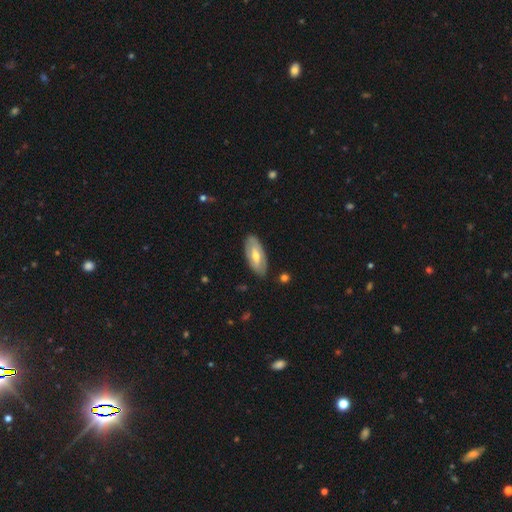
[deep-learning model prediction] smooth-or-featured: featured or disk: 53% | smooth: 42% | star or artifact: 5%
  disk-edge-on: no: 82% | yes: 18%
  merging: none: 85% | minor disturbance: 11% | major disturbance: 3% | merger: 1%